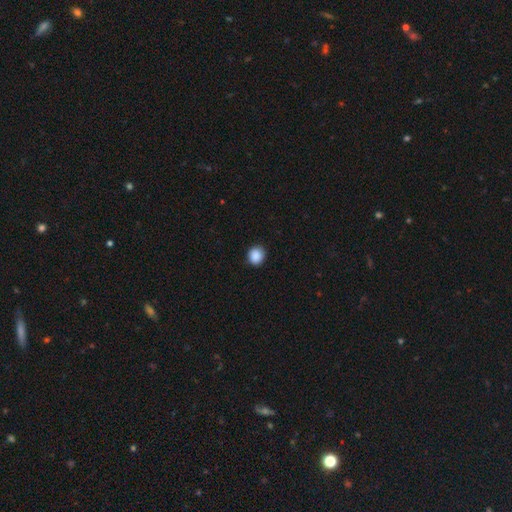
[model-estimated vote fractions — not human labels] Q: Smooth or featured?
A: smooth (89%); runner-up: star or artifact (8%)
Q: How rounded?
A: round (82%); runner-up: in between (17%)
Q: Merging?
A: none (88%); runner-up: minor disturbance (9%)